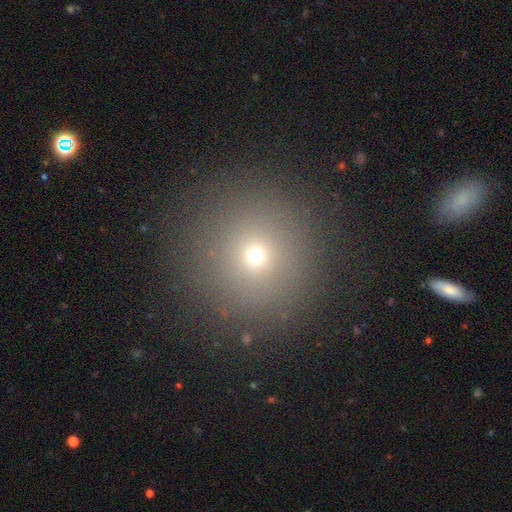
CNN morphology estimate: The model was most divided on "smooth or featured": smooth: 65%, star or artifact: 25%, featured or disk: 9%. More confident: how rounded — round (90%); merging — none (86%).